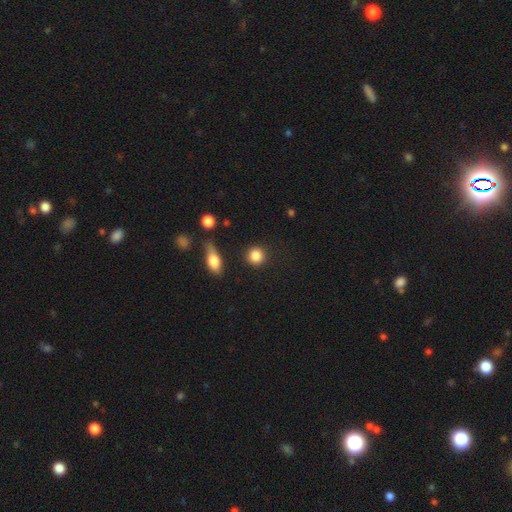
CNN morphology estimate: Smooth or featured? smooth (86%)
How rounded? round (89%)
Merging? none (87%)